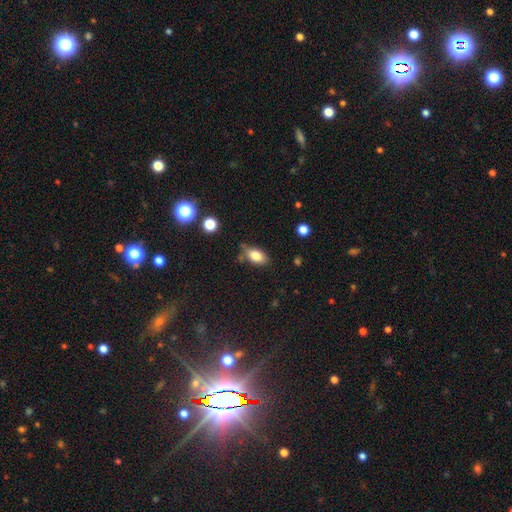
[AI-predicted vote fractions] Smooth or featured?
  - smooth: 82% *
  - featured or disk: 9%
  - star or artifact: 9%
How rounded?
  - in between: 88% *
  - round: 9%
  - cigar-shaped: 3%
Merging?
  - none: 72% *
  - minor disturbance: 19%
  - merger: 5%
  - major disturbance: 4%